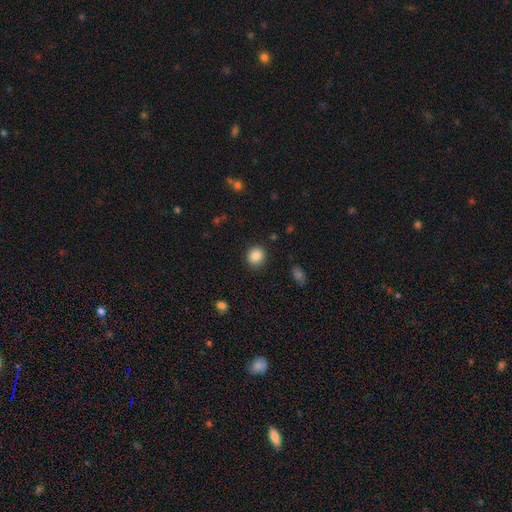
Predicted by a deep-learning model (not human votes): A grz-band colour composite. It shows a smooth galaxy with no disk features (87%) that is round (79%). Merging: none (88%).